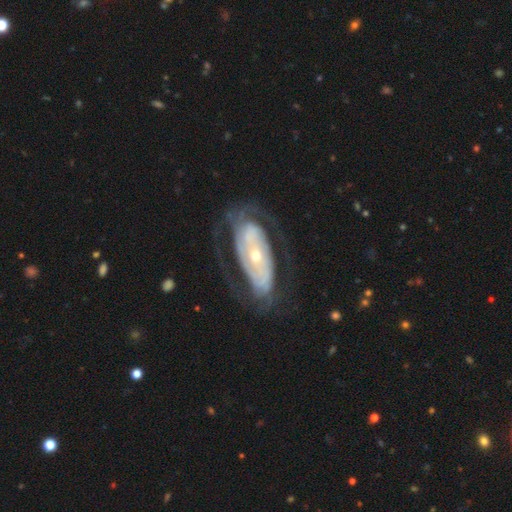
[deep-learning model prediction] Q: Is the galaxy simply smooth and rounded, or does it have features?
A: featured or disk — 81%.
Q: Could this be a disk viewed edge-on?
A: no — 91%.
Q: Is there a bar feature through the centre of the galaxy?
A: no — 64%.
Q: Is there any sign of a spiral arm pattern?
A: yes — 82%.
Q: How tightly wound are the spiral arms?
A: tight — 56%.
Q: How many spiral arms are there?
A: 2 — 48%.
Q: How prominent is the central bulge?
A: small — 57%.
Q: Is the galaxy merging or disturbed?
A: none — 63%.